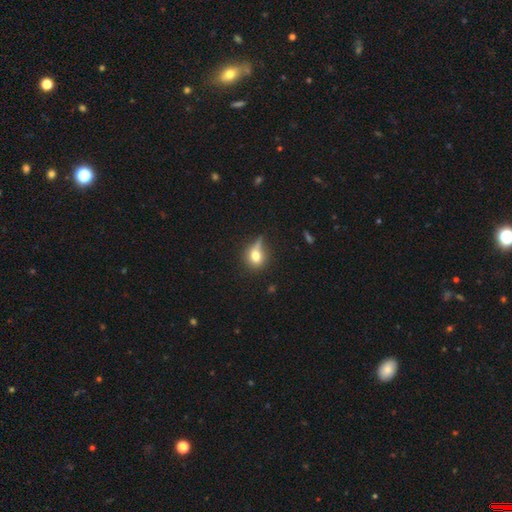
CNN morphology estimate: type=smooth (72%); roundness=round (63%); merging=none (46%).